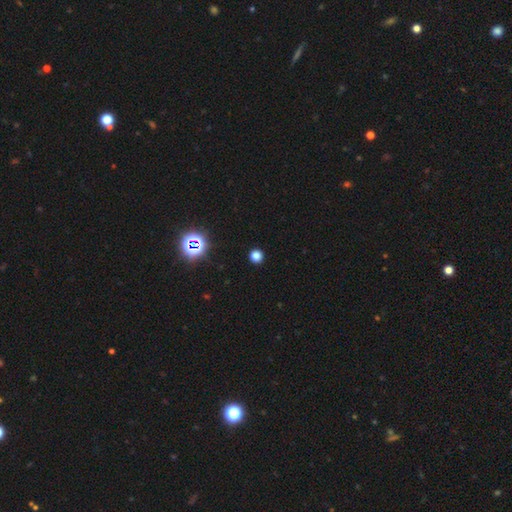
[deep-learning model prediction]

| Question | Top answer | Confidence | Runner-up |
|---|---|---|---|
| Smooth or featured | smooth | 78% | star or artifact (18%) |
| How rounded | round | 95% | in between (4%) |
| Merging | none | 93% | minor disturbance (4%) |